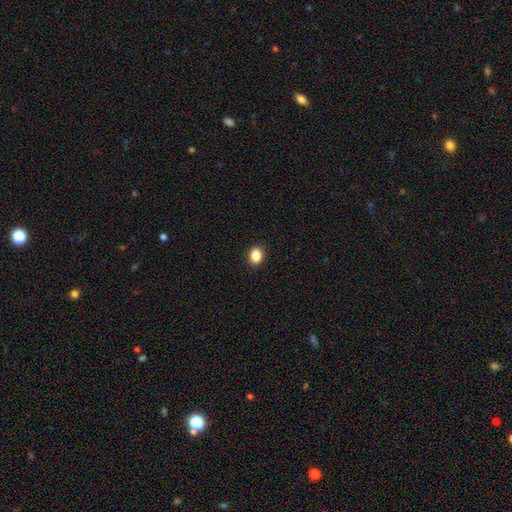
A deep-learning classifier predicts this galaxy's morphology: A smooth galaxy with no disk features (87%) that is in between round and cigar-shaped (65%). Merging: none (91%).